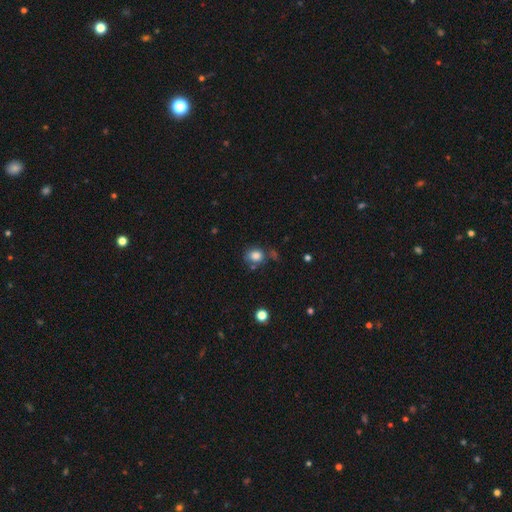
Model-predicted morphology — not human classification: type=smooth (82%); roundness=round (65%); merging=none (63%).